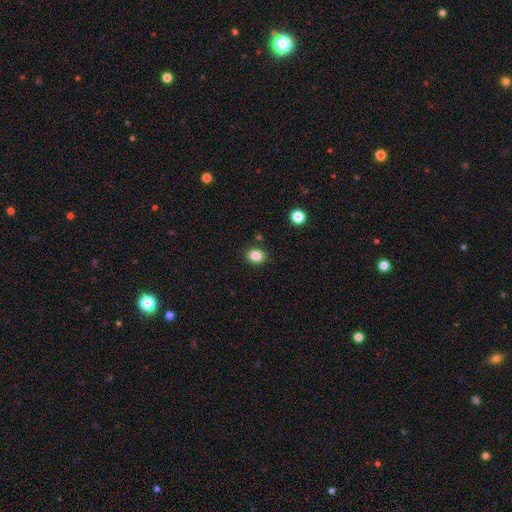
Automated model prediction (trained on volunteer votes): This is clearly a smooth galaxy (85%). How rounded: possibly in between (54%). Merging: clearly none (87%).